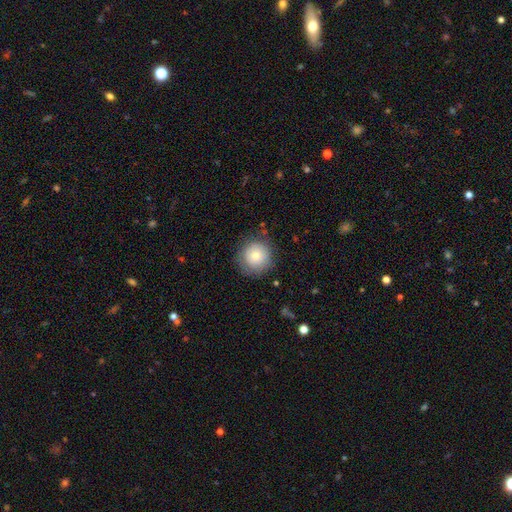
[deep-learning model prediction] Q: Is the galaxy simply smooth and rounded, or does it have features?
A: smooth — 77%.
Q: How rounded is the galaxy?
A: round — 94%.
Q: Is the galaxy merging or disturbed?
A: none — 82%.